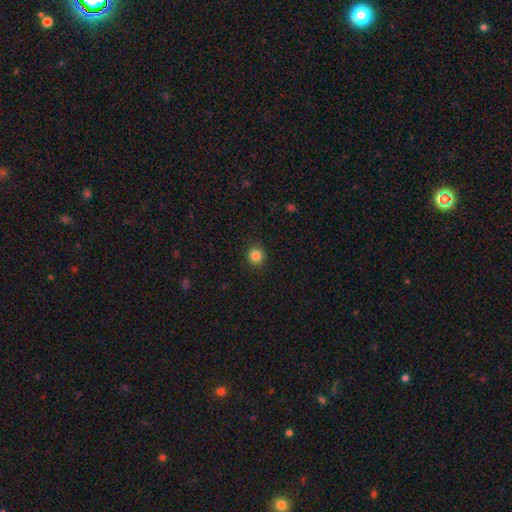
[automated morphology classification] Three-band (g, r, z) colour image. It shows a smooth galaxy with no disk features (84%) that is round (90%). Merging: none (91%).